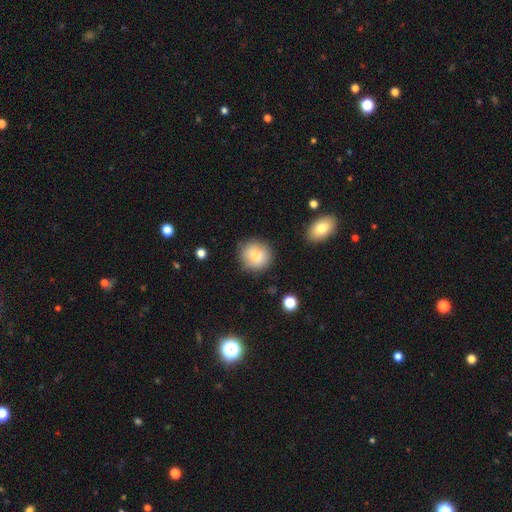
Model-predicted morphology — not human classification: smooth_or_featured: smooth (p=0.82) [alt: featured or disk p=0.10]
how_rounded: round (p=0.91) [alt: in between p=0.08]
merging: none (p=0.84) [alt: minor disturbance p=0.11]